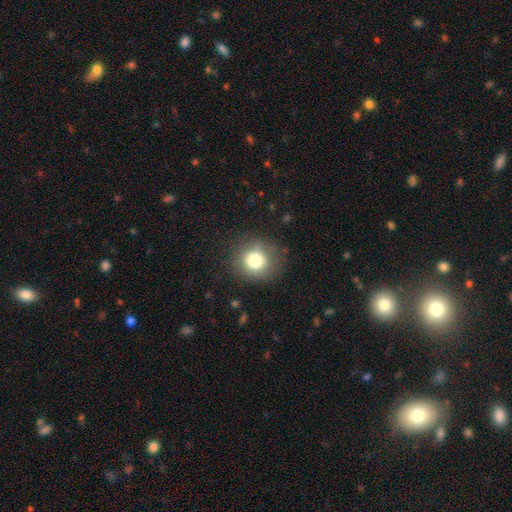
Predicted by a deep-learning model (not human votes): Smooth or featured? smooth (79%)
How rounded? round (86%)
Merging? none (82%)